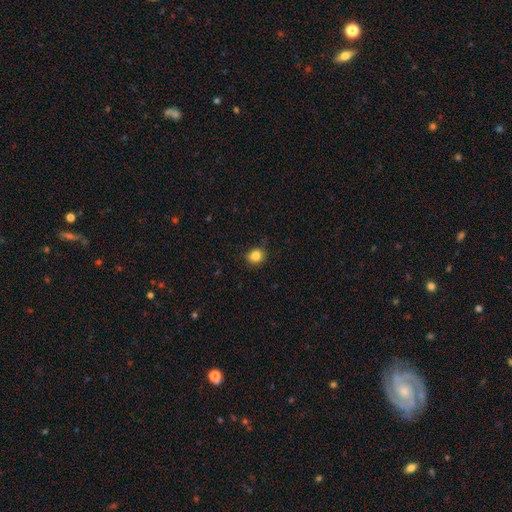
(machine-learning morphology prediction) smooth 84%, star or artifact 11%, featured or disk 5%. Down the decision tree: how rounded — round (80%); merging — none (80%).